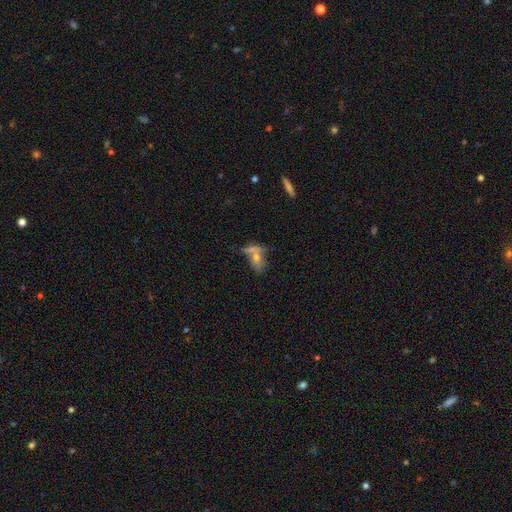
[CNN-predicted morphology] A smooth galaxy with no disk features (58%) that is in between round and cigar-shaped (75%). Merging: merger (38%).